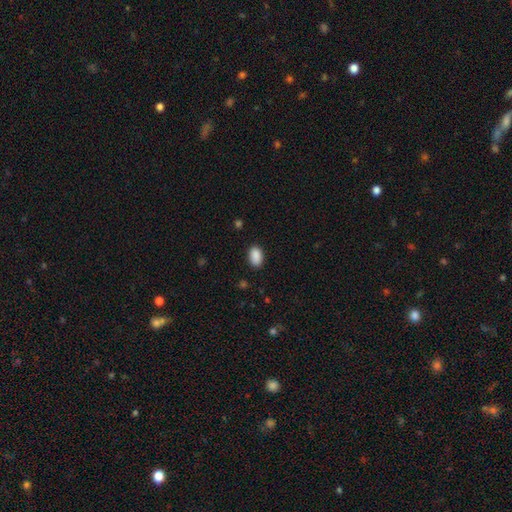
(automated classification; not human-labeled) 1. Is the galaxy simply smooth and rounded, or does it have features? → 90% smooth, 7% star or artifact, 3% featured or disk.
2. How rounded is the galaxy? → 90% in between, 9% round, 1% cigar-shaped.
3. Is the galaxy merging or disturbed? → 86% none, 10% minor disturbance, 2% major disturbance, 1% merger.